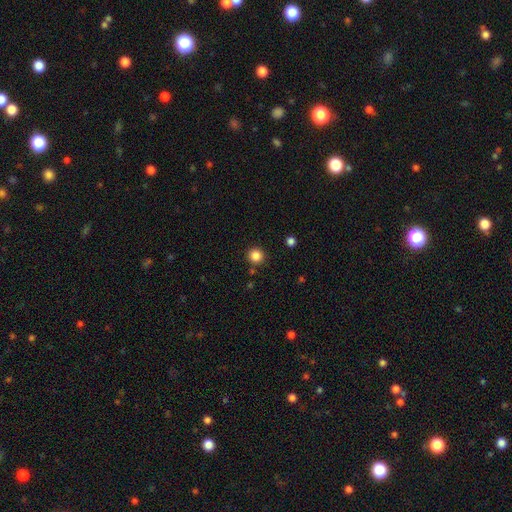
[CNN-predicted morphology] smooth_or_featured: smooth (p=0.85) [alt: star or artifact p=0.11]
how_rounded: round (p=0.94) [alt: in between p=0.05]
merging: none (p=0.89) [alt: minor disturbance p=0.06]